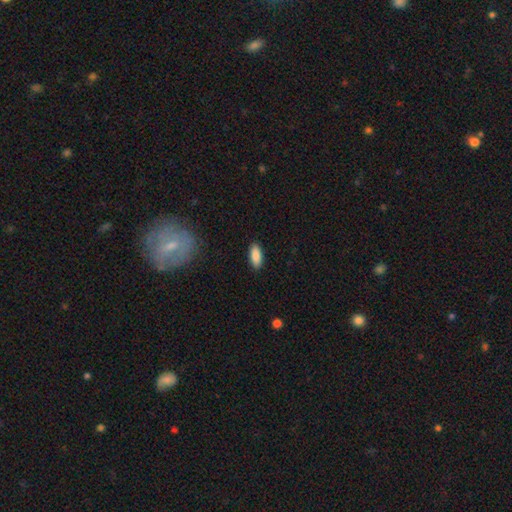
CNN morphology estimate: Smooth or featured? smooth (89%)
How rounded? in between (84%)
Merging? none (89%)